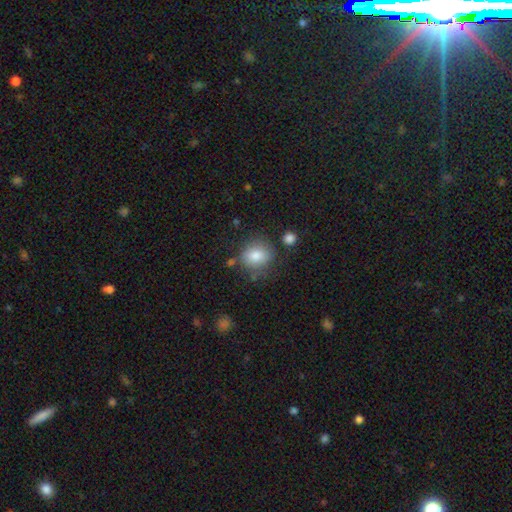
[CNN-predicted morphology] Q: Smooth or featured?
A: smooth (80%); runner-up: featured or disk (10%)
Q: How rounded?
A: round (67%); runner-up: in between (32%)
Q: Merging?
A: none (70%); runner-up: minor disturbance (18%)